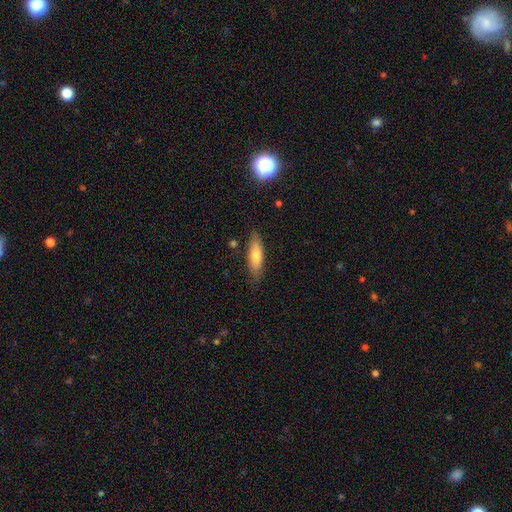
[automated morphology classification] This appears to be a smooth galaxy with no disk features (66%) that is cigar-shaped (63%). Merging: none (83%).